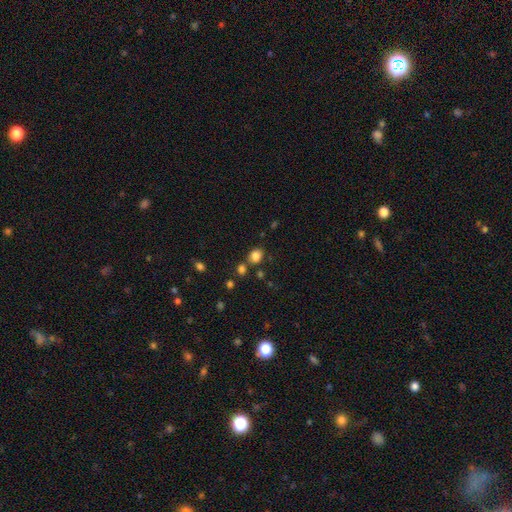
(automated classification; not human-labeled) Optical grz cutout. It shows a smooth galaxy with no disk features (82%) that is in between round and cigar-shaped (51%). Merging: none (69%).